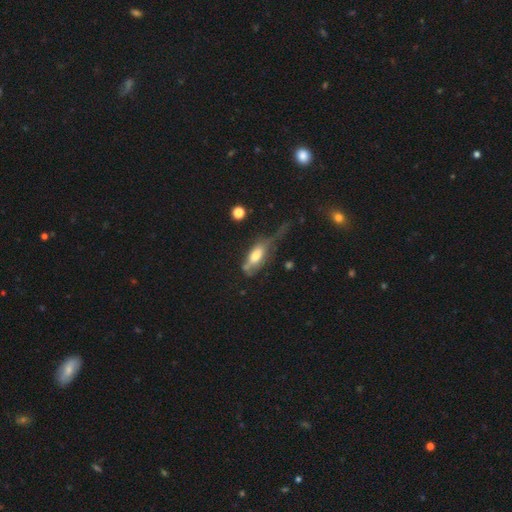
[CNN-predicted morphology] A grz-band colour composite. It shows a smooth galaxy with no disk features (58%) that is in between round and cigar-shaped (73%). Merging: major disturbance (40%).